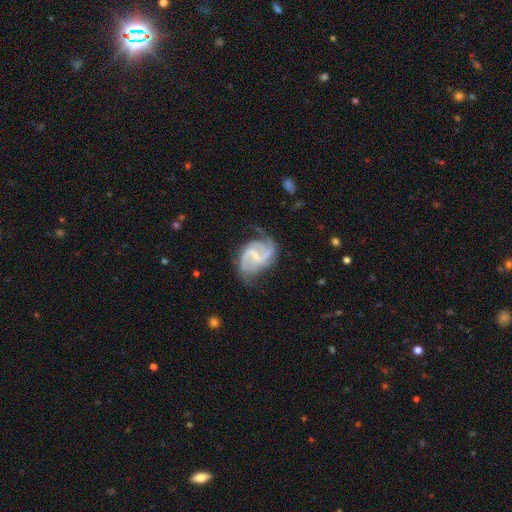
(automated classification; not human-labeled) Morphology: type=featured or disk (88%); edge-on=no (98%); bar=weak (56%); spiral arms=yes (97%); winding=medium (52%); arm count=2 (74%); bulge=small (51%); merging=none (61%).